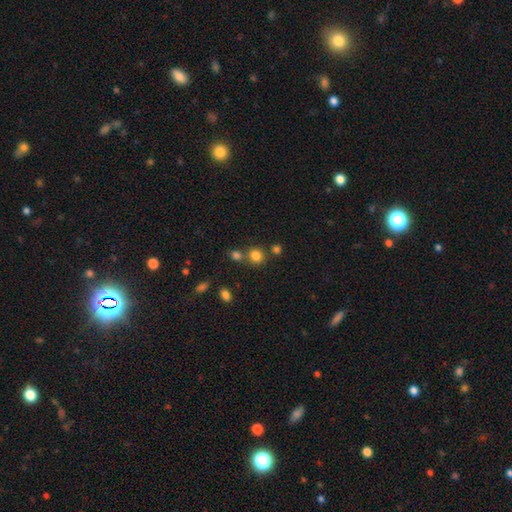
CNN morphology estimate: Smooth or featured?
  - smooth: 81% *
  - star or artifact: 14%
  - featured or disk: 6%
How rounded?
  - round: 85% *
  - in between: 14%
  - cigar-shaped: 1%
Merging?
  - none: 65% *
  - merger: 24%
  - minor disturbance: 8%
  - major disturbance: 3%